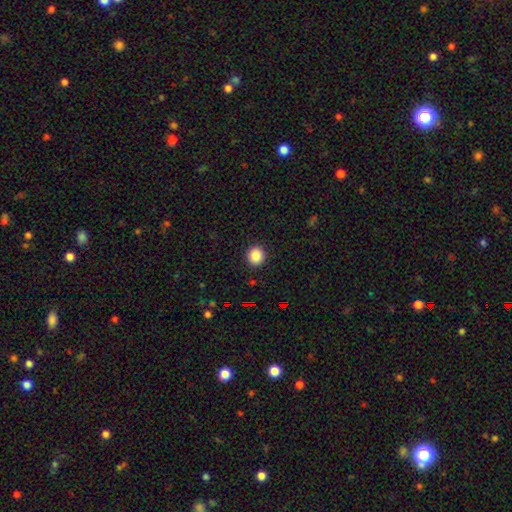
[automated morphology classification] smooth-or-featured: smooth: 85% | star or artifact: 11% | featured or disk: 4%
  how-rounded: round: 87% | in between: 12% | cigar-shaped: 1%
  merging: none: 92% | minor disturbance: 5% | major disturbance: 2% | merger: 1%